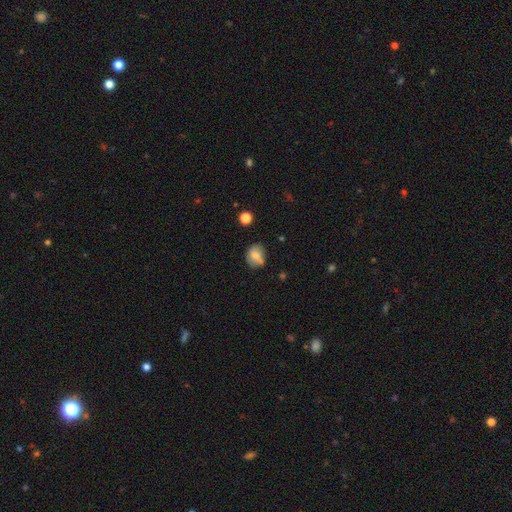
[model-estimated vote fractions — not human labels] Q: Smooth or featured?
A: smooth (74%); runner-up: featured or disk (16%)
Q: How rounded?
A: round (58%); runner-up: in between (40%)
Q: Merging?
A: none (62%); runner-up: minor disturbance (27%)